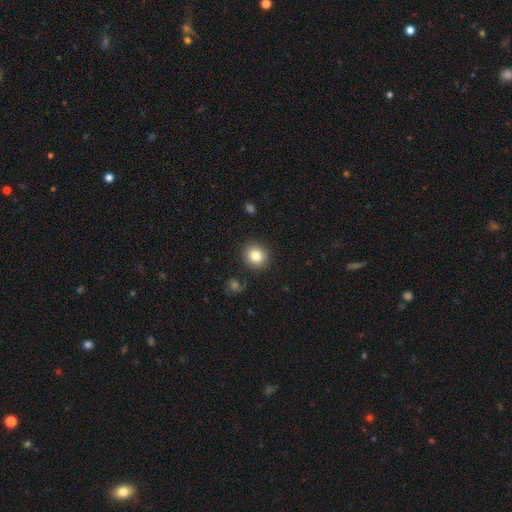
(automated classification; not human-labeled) smooth_or_featured: smooth (p=0.83) [alt: star or artifact p=0.10]
how_rounded: round (p=0.84) [alt: in between p=0.15]
merging: none (p=0.88) [alt: minor disturbance p=0.07]